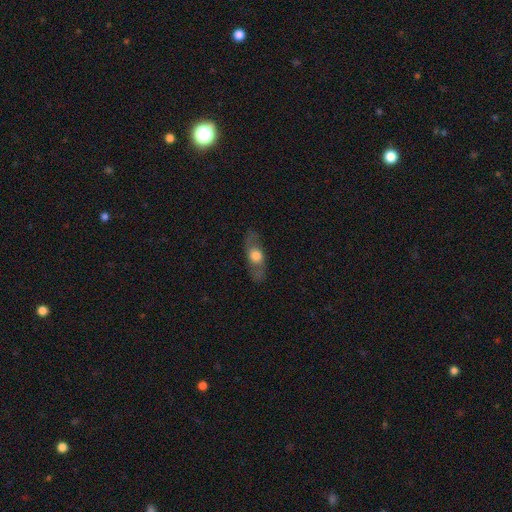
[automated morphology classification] This is possibly a featured or disk galaxy (52%). It is possibly not viewed edge-on (57%). Merging: likely none (80%).